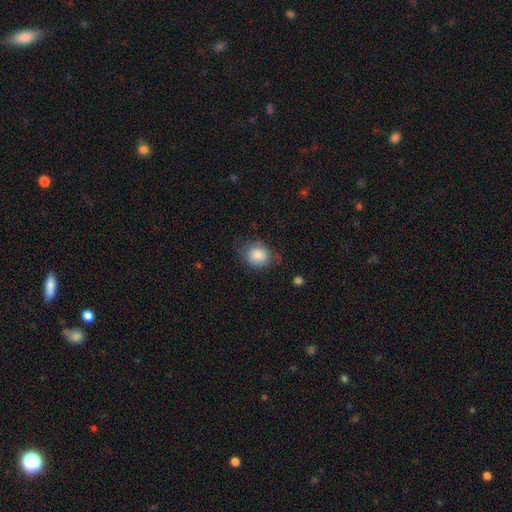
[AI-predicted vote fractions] Q: Smooth or featured?
A: smooth (84%); runner-up: star or artifact (9%)
Q: How rounded?
A: round (66%); runner-up: in between (33%)
Q: Merging?
A: none (68%); runner-up: minor disturbance (24%)